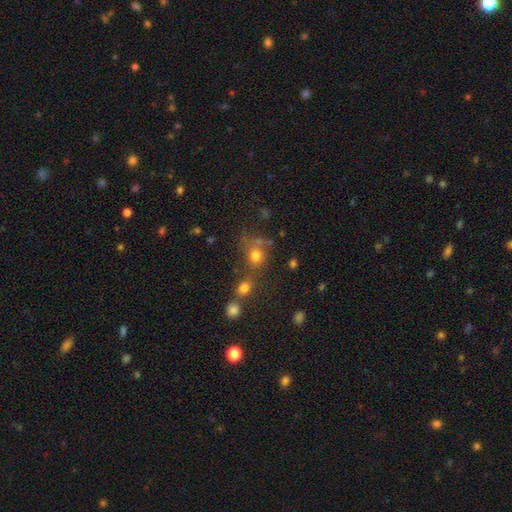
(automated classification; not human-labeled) Smooth or featured? Predicted: smooth (p=0.72). How rounded? Predicted: round (p=0.80). Merging? Predicted: none (p=0.54).